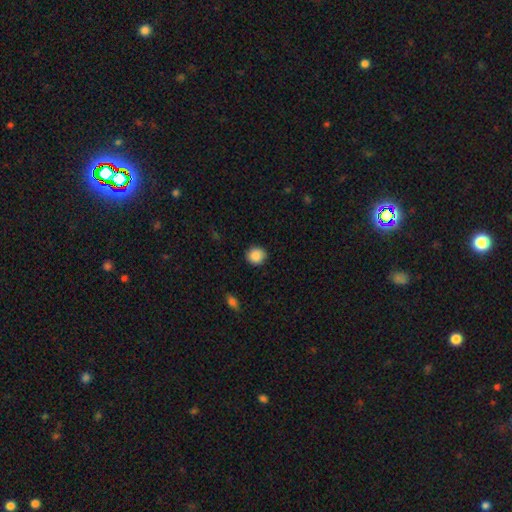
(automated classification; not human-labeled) Smooth or featured? smooth (89%)
How rounded? round (87%)
Merging? none (89%)